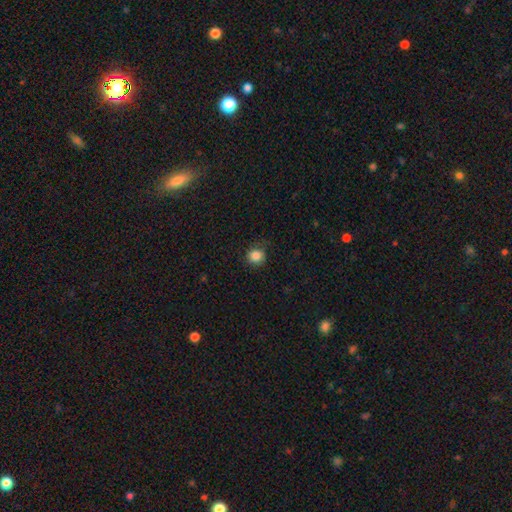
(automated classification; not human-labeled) smooth_or_featured: smooth (p=0.85) [alt: star or artifact p=0.11]
how_rounded: round (p=0.89) [alt: in between p=0.10]
merging: none (p=0.81) [alt: minor disturbance p=0.15]